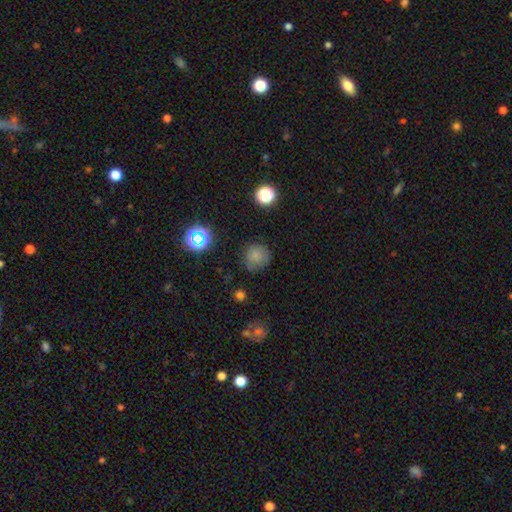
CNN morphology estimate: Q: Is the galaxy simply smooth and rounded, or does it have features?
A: smooth — 75%.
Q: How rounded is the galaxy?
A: round — 89%.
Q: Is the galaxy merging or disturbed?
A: none — 73%.